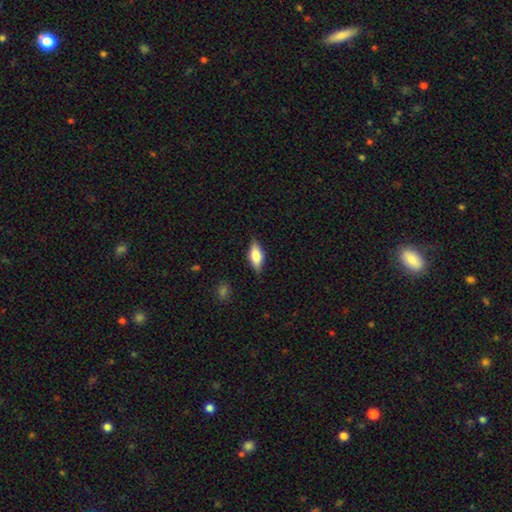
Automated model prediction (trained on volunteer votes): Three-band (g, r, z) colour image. It shows a smooth galaxy with no disk features (69%) that is in between round and cigar-shaped (76%). Merging: none (83%).